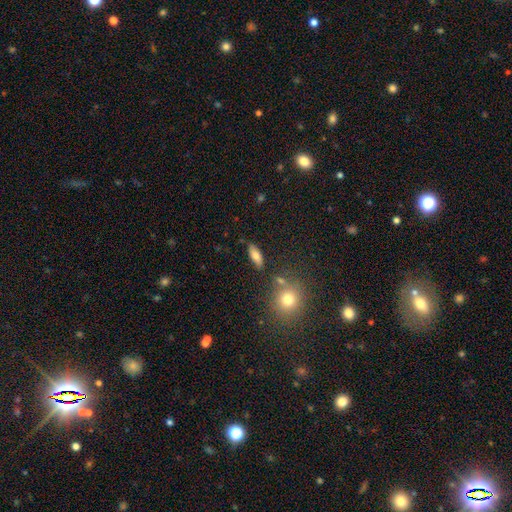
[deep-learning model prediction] A smooth galaxy with no disk features (73%) that is in between round and cigar-shaped (68%).

Vote fractions:
- Smooth or featured? smooth: 73% / featured or disk: 18% / star or artifact: 9%
- How rounded? in between: 68% / cigar-shaped: 28% / round: 4%
- Merging? none: 80% / minor disturbance: 12% / merger: 5% / major disturbance: 3%